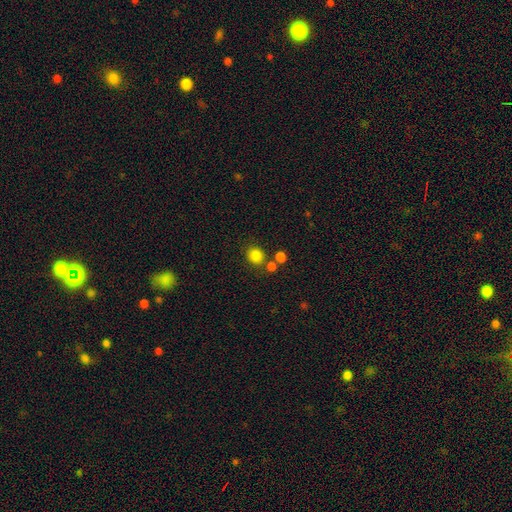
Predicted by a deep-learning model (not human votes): smooth-or-featured: smooth: 83% | star or artifact: 12% | featured or disk: 5%
  how-rounded: round: 81% | in between: 18% | cigar-shaped: 1%
  merging: none: 74% | merger: 13% | minor disturbance: 9% | major disturbance: 4%